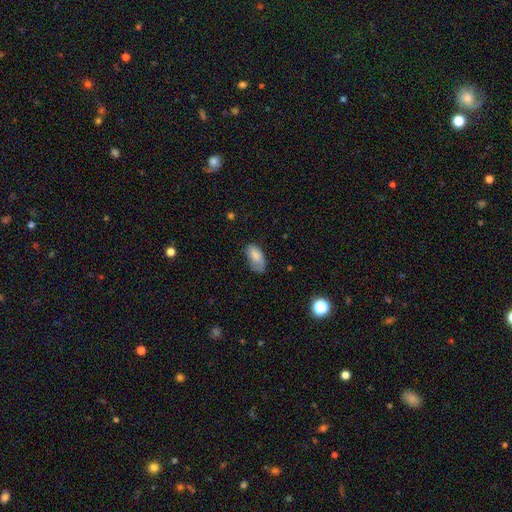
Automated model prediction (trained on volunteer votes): A smooth galaxy with no disk features (81%) that is in between round and cigar-shaped (92%). Merging: none (49%).